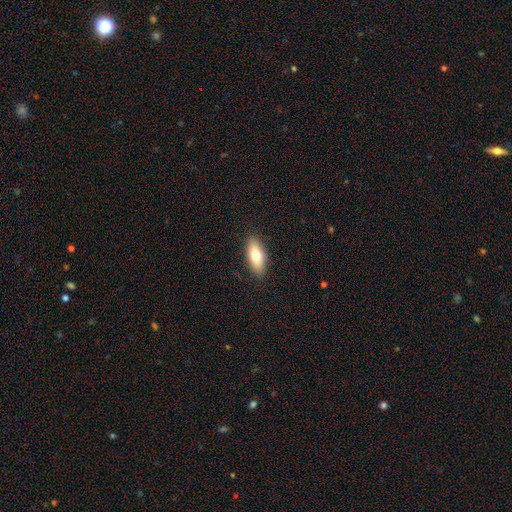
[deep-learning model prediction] Morphology: type=smooth (74%); roundness=in between (81%); merging=none (88%).